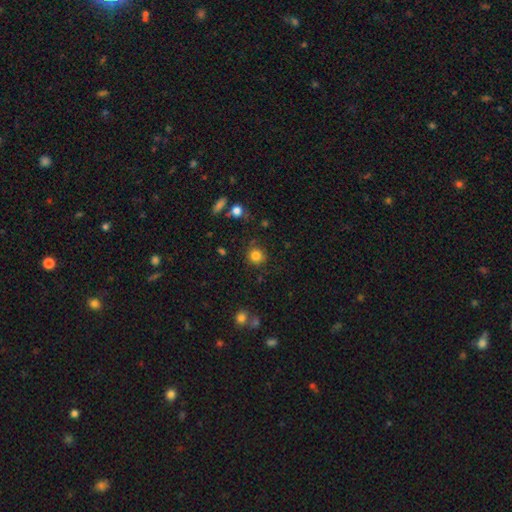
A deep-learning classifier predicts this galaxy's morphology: The model was most divided on "smooth or featured": smooth: 83%, star or artifact: 12%, featured or disk: 5%. More confident: how rounded — round (91%); merging — none (84%).